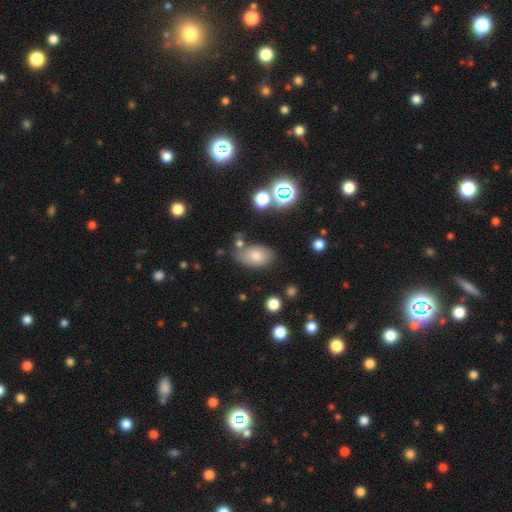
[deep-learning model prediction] smooth_or_featured: smooth (p=0.74) [alt: featured or disk p=0.15]
how_rounded: in between (p=0.90) [alt: round p=0.09]
merging: none (p=0.68) [alt: minor disturbance p=0.18]